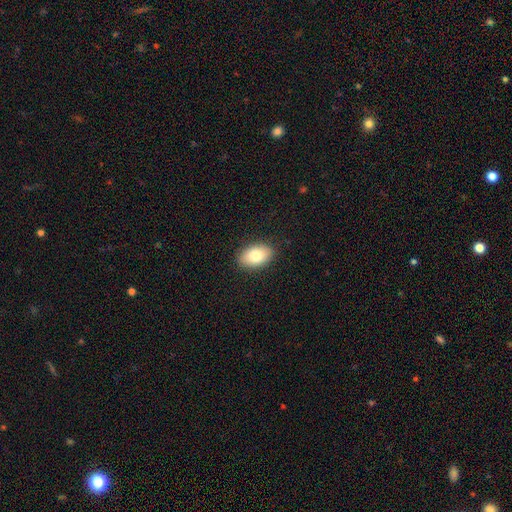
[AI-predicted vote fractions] Smooth or featured? Predicted: smooth (p=0.80). How rounded? Predicted: in between (p=0.91). Merging? Predicted: none (p=0.89).